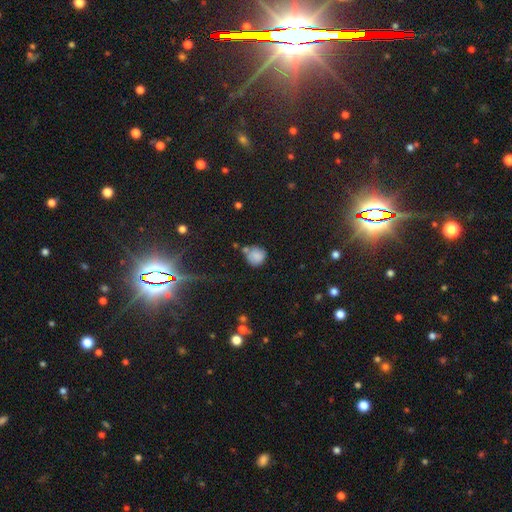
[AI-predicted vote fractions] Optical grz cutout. It shows a smooth galaxy with no disk features (79%) that is round (86%). Merging: none (53%).